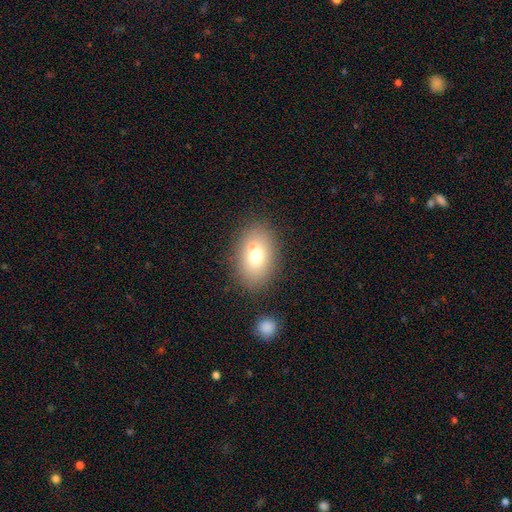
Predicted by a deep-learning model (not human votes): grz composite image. It shows a smooth galaxy with no disk features (71%) that is in between round and cigar-shaped (83%). Merging: none (69%).